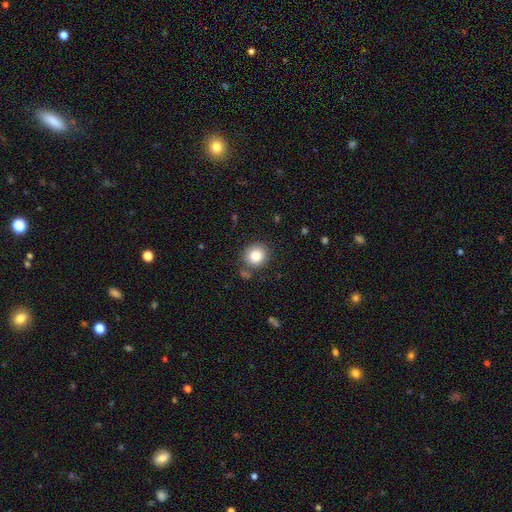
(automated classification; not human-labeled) Smooth or featured: smooth — 82% (star or artifact — 10%)
How rounded: round — 88% (in between — 11%)
Merging: none — 82% (minor disturbance — 10%)